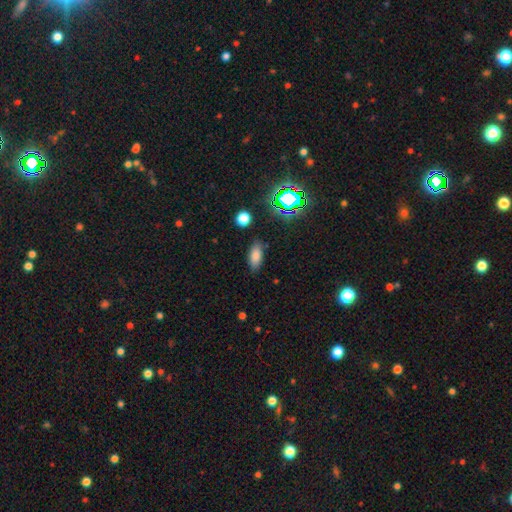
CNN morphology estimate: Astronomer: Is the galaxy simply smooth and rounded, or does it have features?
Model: smooth — 78%.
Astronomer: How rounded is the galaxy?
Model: in between — 85%.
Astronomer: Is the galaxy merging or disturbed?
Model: none — 84%.